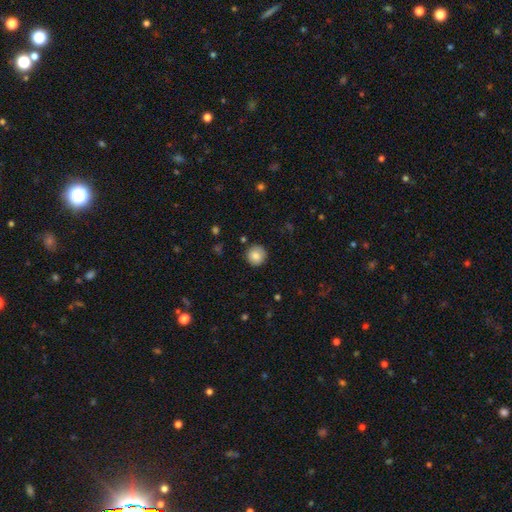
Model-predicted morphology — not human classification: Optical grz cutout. It shows a smooth galaxy with no disk features (85%) that is round (94%). Merging: none (88%).